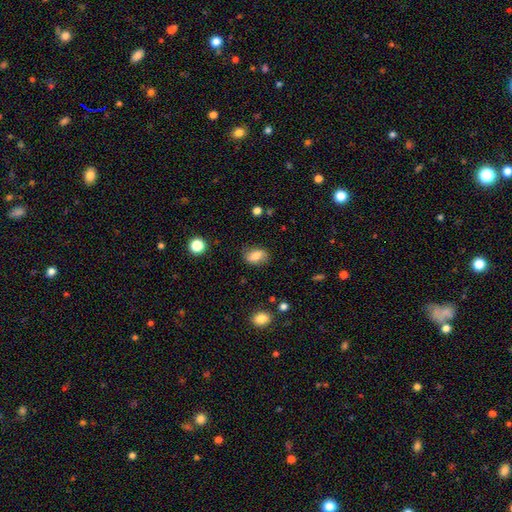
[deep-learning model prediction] Morphology: type=smooth (72%); roundness=in between (79%); merging=none (78%).